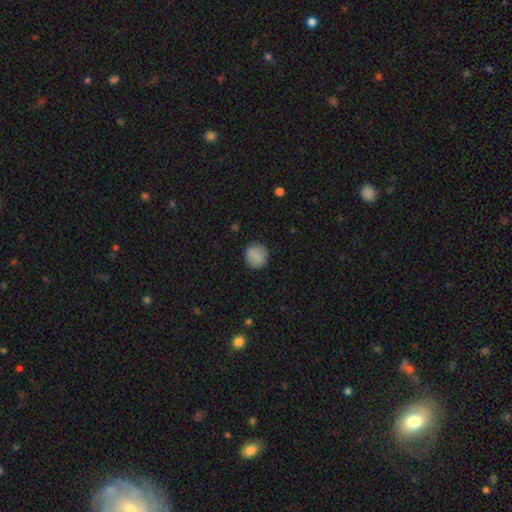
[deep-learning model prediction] The model was most divided on "how rounded": round: 87%, in between: 12%, cigar-shaped: 1%. More confident: merging — none (86%); smooth or featured — smooth (85%).